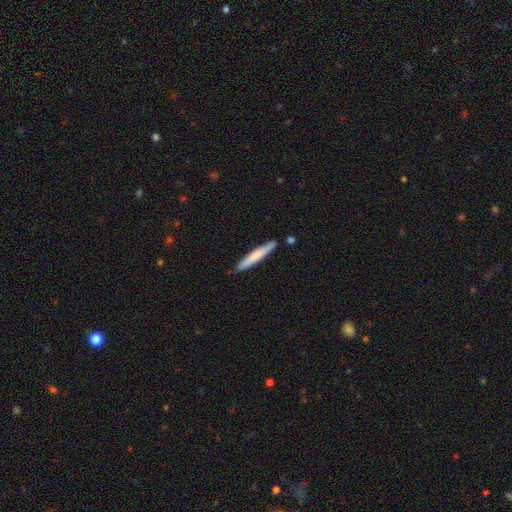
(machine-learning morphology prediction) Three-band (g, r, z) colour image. It shows a smooth galaxy with no disk features (67%) that is cigar-shaped (95%). Merging: none (84%).